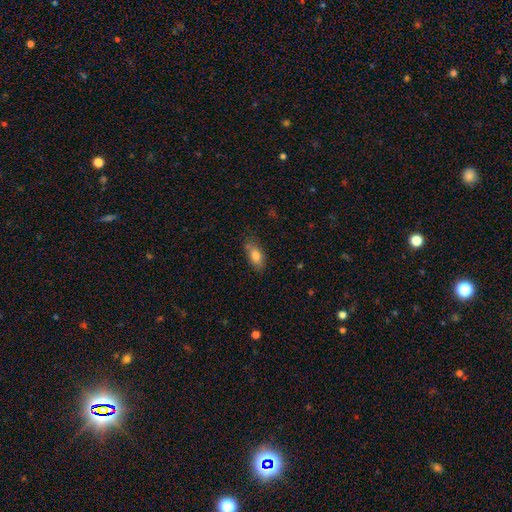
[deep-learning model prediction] Morphology: type=smooth (79%); roundness=in between (84%); merging=none (72%).